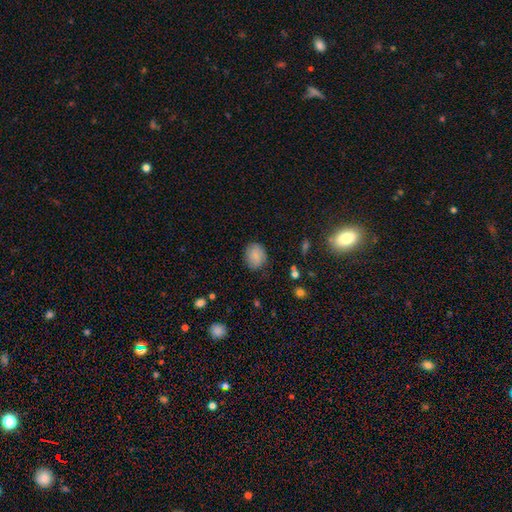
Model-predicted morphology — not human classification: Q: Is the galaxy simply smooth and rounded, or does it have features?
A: smooth — 81%.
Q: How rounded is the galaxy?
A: round — 54%.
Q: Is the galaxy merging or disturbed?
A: none — 80%.